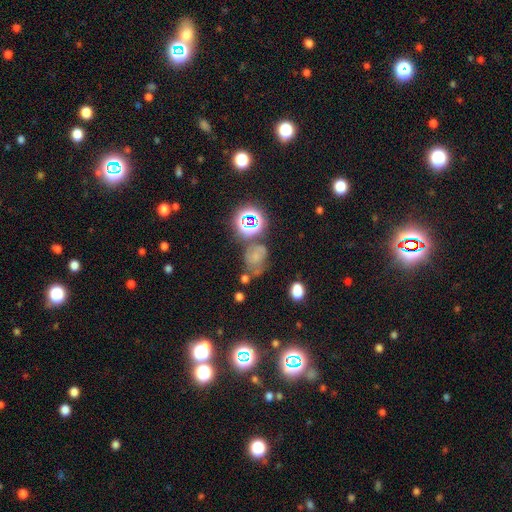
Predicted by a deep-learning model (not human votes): smooth 40%, star or artifact 33%, featured or disk 27%. Down the decision tree: merging — none (42%).